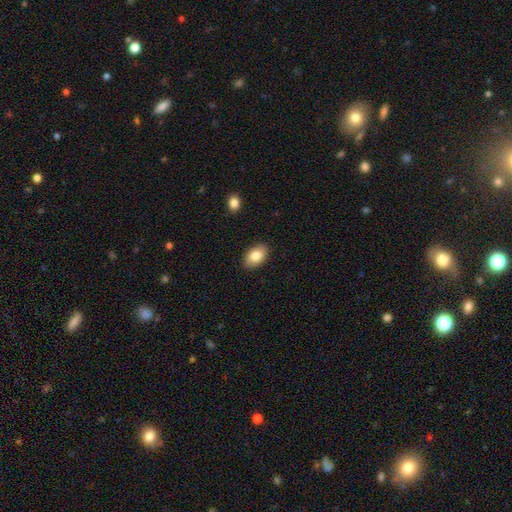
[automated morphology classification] type=smooth (83%); roundness=in between (90%); merging=none (88%).